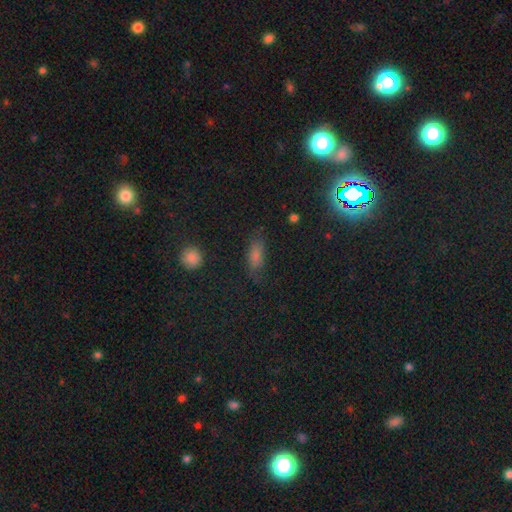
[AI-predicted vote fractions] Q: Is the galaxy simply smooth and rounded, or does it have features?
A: smooth — 61%.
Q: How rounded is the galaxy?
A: in between — 68%.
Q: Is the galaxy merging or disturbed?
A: none — 75%.